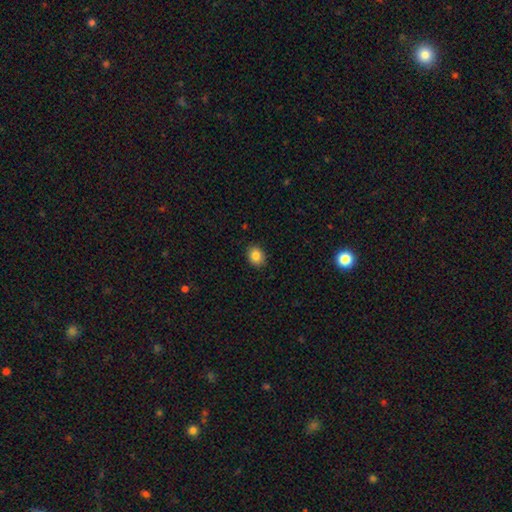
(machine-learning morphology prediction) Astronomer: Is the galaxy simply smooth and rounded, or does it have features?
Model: smooth — 85%.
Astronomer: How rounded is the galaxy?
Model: round — 50% (runner-up: in between, 49%).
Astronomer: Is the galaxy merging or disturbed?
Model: none — 89%.